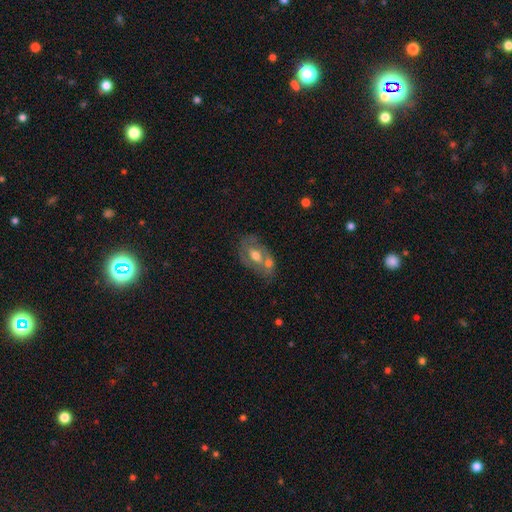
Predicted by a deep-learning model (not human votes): This appears to be a featured or disk galaxy (54%). Merging: none (40%).